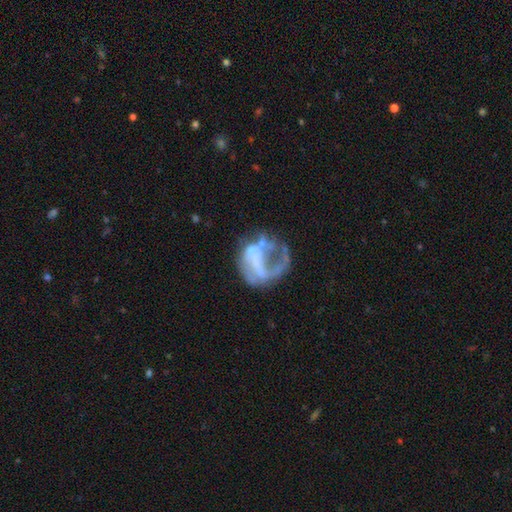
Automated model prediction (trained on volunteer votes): A featured or disk galaxy (68%) with no bar (74%), no spiral arms (61%) and no central bulge (72%).

Vote fractions:
- Smooth or featured? featured or disk: 68% / smooth: 21% / star or artifact: 11%
- Edge-on disk? no: 98% / yes: 2%
- Bar? no: 74% / weak: 18% / strong: 8%
- Spiral arms? no: 61% / yes: 39%
- Bulge size? none: 72% / small: 14% / moderate: 9% / large: 3% / dominant: 2%
- Merging? major disturbance: 43% / none: 32% / minor disturbance: 16% / merger: 9%